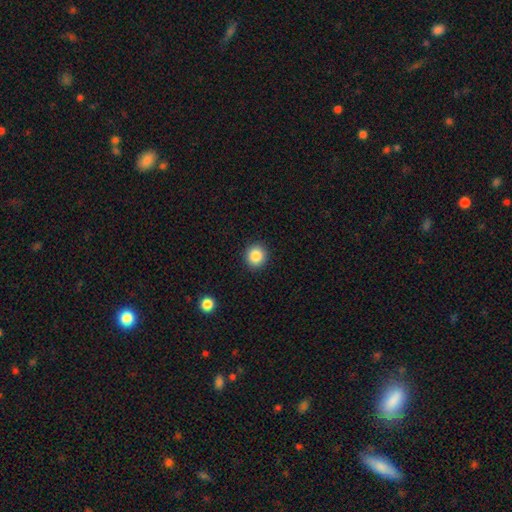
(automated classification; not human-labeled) smooth_or_featured: smooth (p=0.86) [alt: star or artifact p=0.09]
how_rounded: round (p=0.90) [alt: in between p=0.09]
merging: none (p=0.92) [alt: minor disturbance p=0.05]